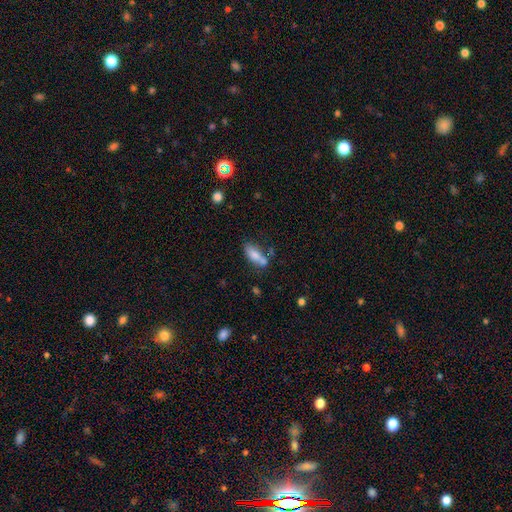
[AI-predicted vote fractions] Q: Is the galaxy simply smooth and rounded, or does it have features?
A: smooth — 76%.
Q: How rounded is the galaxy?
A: in between — 69%.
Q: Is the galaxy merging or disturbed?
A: none — 46%.